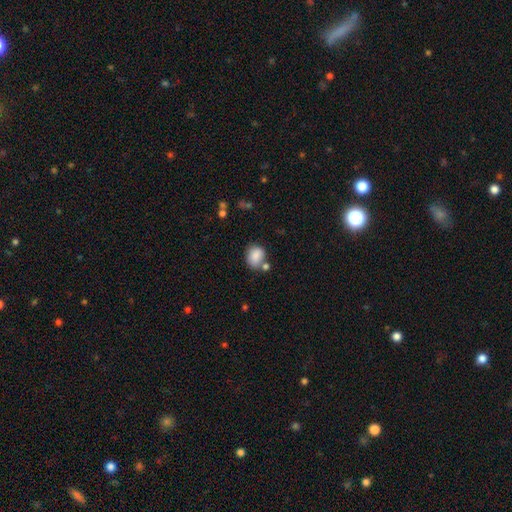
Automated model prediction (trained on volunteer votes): A smooth galaxy with no disk features (85%) that is in between round and cigar-shaped (56%). Merging: none (58%).